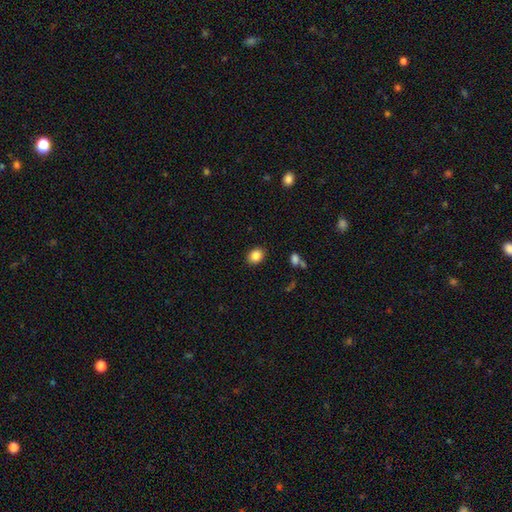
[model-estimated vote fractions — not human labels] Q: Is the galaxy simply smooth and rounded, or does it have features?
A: smooth — 85%.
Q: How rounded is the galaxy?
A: in between — 51%.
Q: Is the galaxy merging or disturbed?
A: none — 88%.